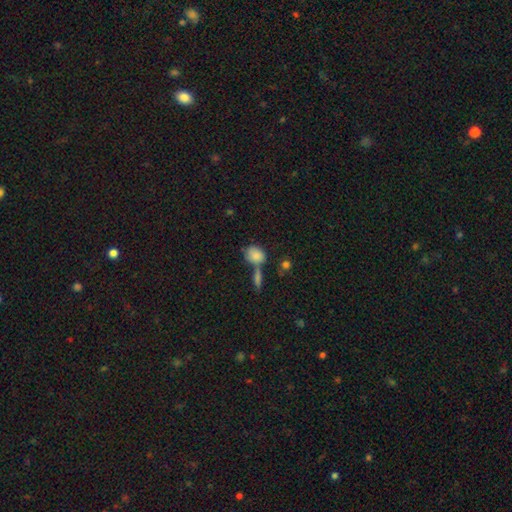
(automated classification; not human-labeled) Overall: smooth (81%). How rounded: in between (51%; round 46%). Merging: none (45%; merger 33%).